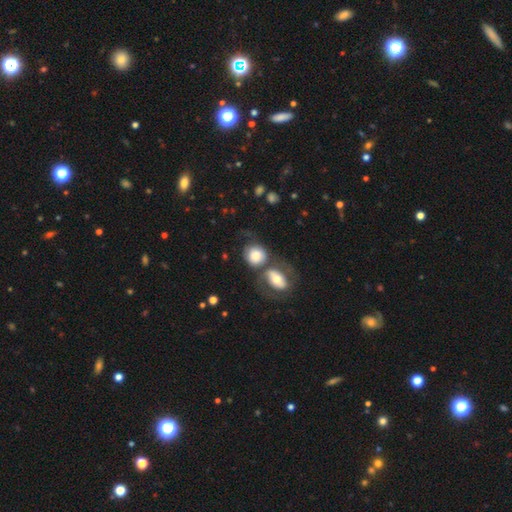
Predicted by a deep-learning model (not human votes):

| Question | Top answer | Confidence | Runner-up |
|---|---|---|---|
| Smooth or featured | smooth | 69% | featured or disk (25%) |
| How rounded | round | 74% | in between (24%) |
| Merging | merger | 41% | none (33%) |